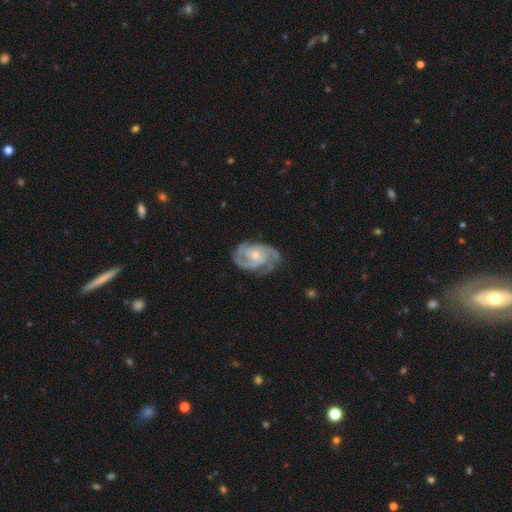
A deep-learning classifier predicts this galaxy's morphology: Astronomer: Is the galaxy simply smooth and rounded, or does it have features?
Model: featured or disk — 90%.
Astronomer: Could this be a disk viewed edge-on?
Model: no — 98%.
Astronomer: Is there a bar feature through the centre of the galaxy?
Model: no — 70%.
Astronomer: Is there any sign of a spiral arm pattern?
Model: yes — 98%.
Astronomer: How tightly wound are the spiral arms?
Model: tight — 52% (runner-up: medium, 41%).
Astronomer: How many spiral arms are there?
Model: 2 — 42% (runner-up: 3, 36%).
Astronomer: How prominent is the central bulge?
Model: small — 56% (runner-up: moderate, 40%).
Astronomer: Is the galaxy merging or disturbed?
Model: none — 71%.